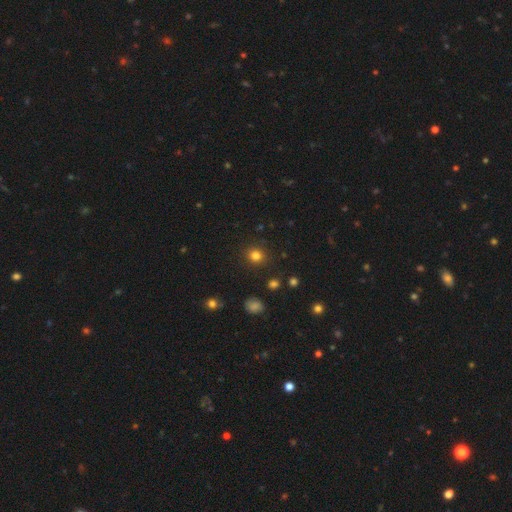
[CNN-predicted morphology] This is clearly a smooth galaxy (81%). How rounded: clearly round (83%). Merging: clearly none (89%).